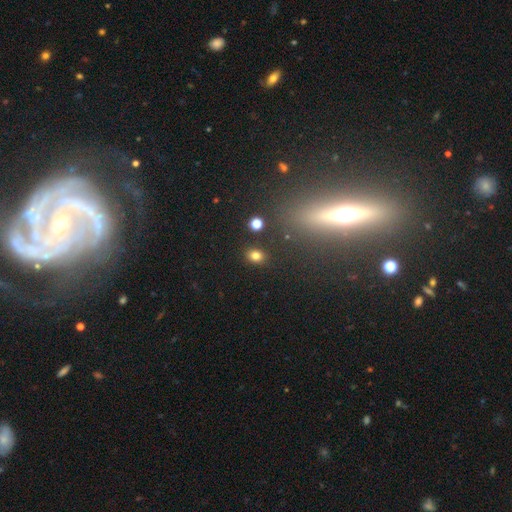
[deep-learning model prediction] Smooth or featured: smooth — 81% (star or artifact — 13%)
How rounded: in between — 55% (round — 44%)
Merging: none — 85% (minor disturbance — 9%)